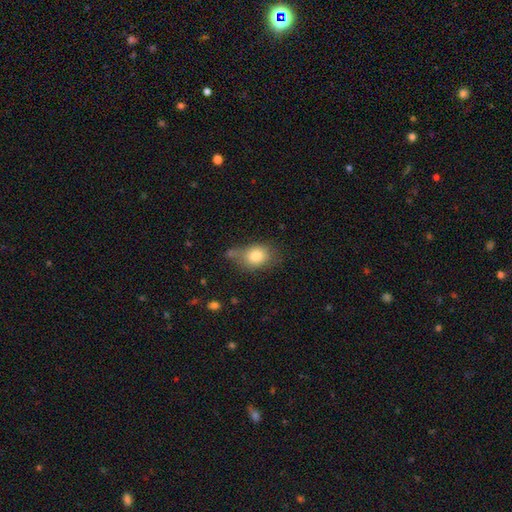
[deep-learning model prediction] Smooth or featured? smooth (82%)
How rounded? in between (62%)
Merging? none (50%)